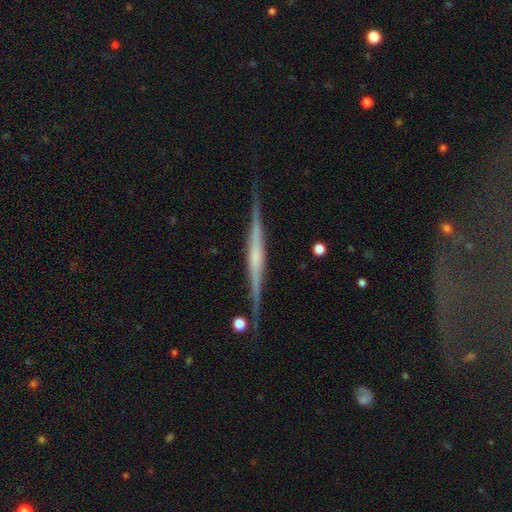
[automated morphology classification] featured or disk 81%, smooth 14%, star or artifact 5%. Down the decision tree: edge-on disk — yes (98%); edge-on bulge — rounded (45%); merging — none (87%).